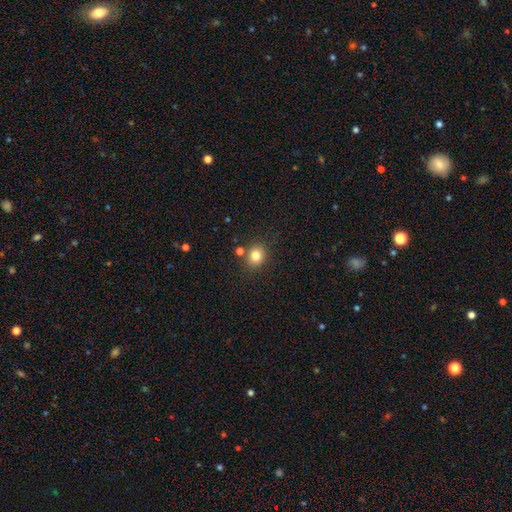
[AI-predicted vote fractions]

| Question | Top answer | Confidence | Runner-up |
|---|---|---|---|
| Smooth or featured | smooth | 81% | star or artifact (12%) |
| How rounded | round | 71% | in between (28%) |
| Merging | none | 80% | minor disturbance (10%) |